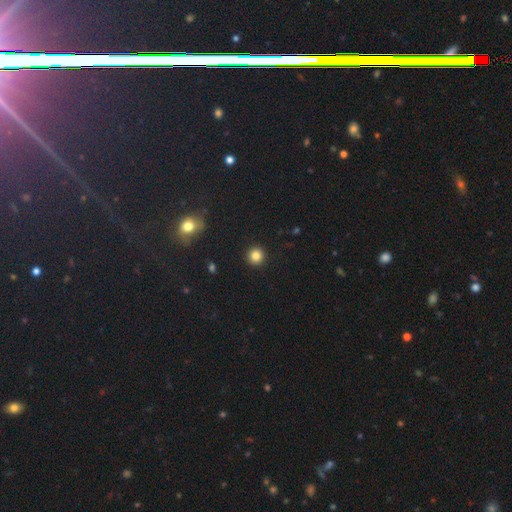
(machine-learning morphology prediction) smooth 84%, star or artifact 11%, featured or disk 5%. Down the decision tree: how rounded — round (94%); merging — none (93%).